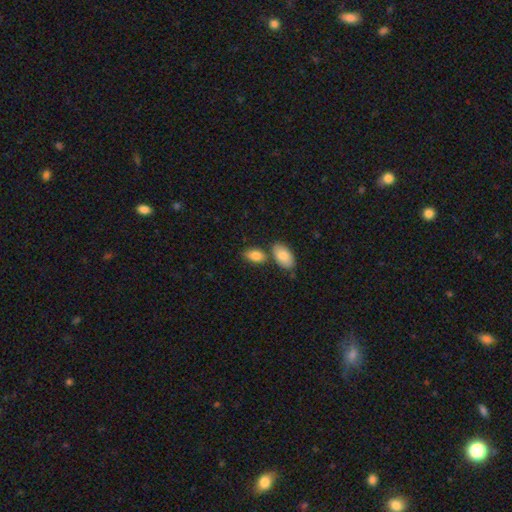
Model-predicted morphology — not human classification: smooth-or-featured: smooth: 83% | featured or disk: 10% | star or artifact: 7%
  how-rounded: in between: 91% | round: 6% | cigar-shaped: 2%
  merging: none: 60% | merger: 25% | minor disturbance: 12% | major disturbance: 3%